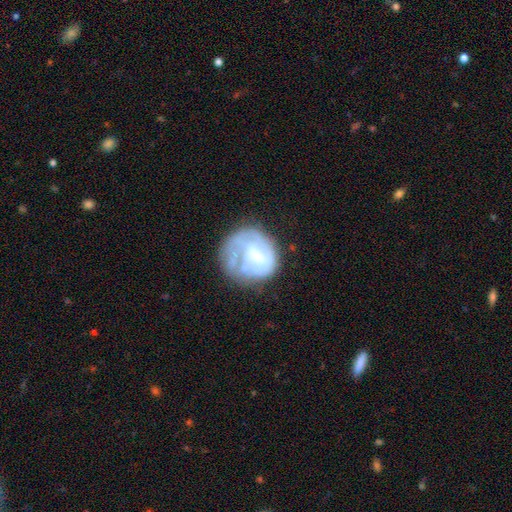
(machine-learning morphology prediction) type=featured or disk (62%); edge-on=no (98%); bar=weak (44%); spiral arms=no (54%); bulge=small (34%); merging=none (49%).